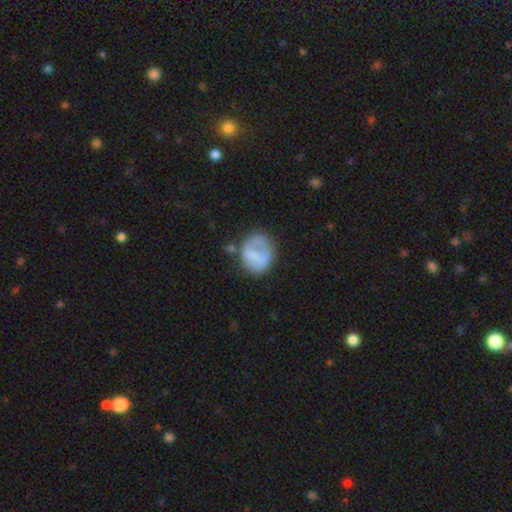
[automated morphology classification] A smooth galaxy with no disk features (61%) that is round (67%).

Vote fractions:
- Smooth or featured? smooth: 61% / featured or disk: 31% / star or artifact: 8%
- How rounded? round: 67% / in between: 32% / cigar-shaped: 1%
- Merging? none: 50% / minor disturbance: 26% / major disturbance: 17% / merger: 7%